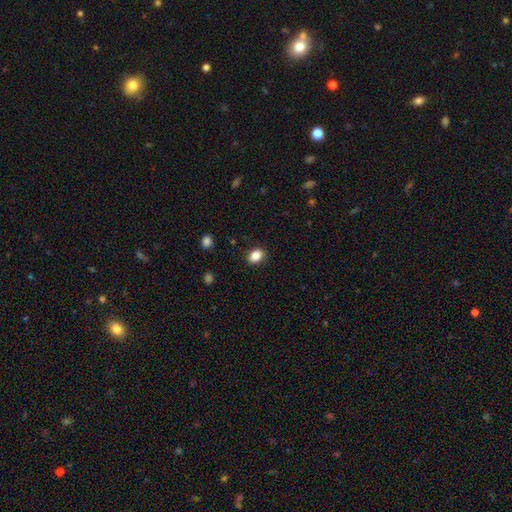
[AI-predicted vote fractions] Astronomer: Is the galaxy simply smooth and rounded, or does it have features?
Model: smooth — 86%.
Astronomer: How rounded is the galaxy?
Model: in between — 61% (runner-up: round, 38%).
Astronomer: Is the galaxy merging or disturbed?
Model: none — 88%.